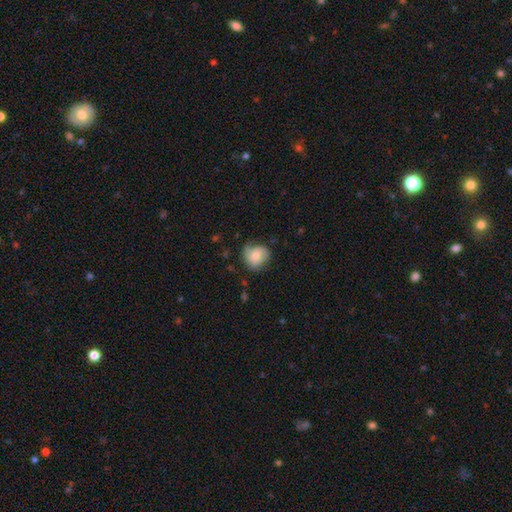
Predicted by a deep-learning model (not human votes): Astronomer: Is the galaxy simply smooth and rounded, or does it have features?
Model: smooth — 57% (runner-up: featured or disk, 35%).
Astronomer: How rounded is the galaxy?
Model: round — 70%.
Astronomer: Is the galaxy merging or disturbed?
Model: none — 52% (runner-up: minor disturbance, 33%).